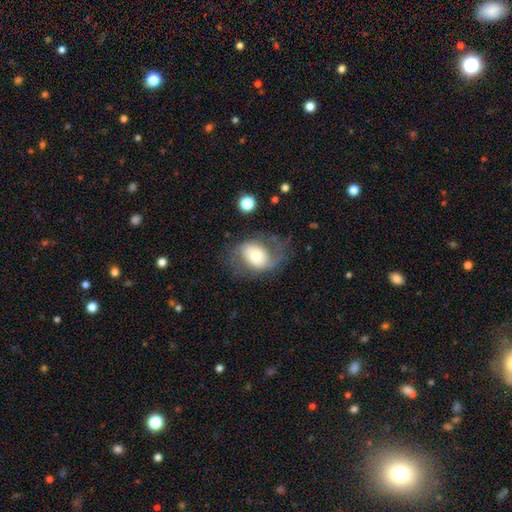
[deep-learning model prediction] Morphology: type=featured or disk (50%); edge-on=no (95%); merging=none (53%).